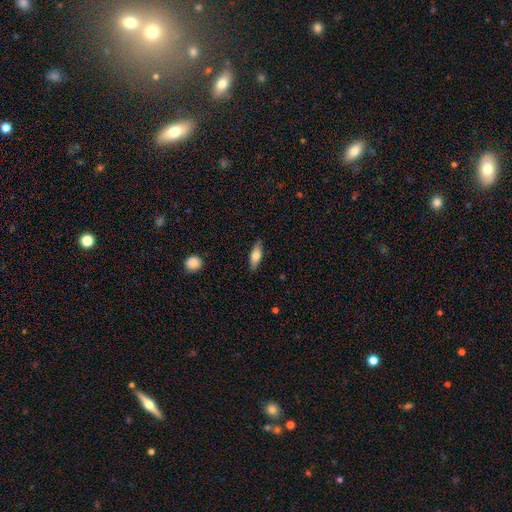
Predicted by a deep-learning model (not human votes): Smooth or featured? Predicted: smooth (p=0.69). How rounded? Predicted: in between (p=0.61). Merging? Predicted: none (p=0.85).